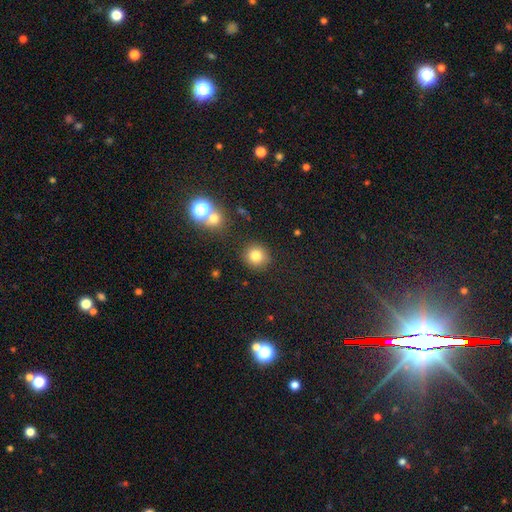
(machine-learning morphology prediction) Smooth or featured? Predicted: smooth (p=0.81). How rounded? Predicted: round (p=0.91). Merging? Predicted: none (p=0.86).